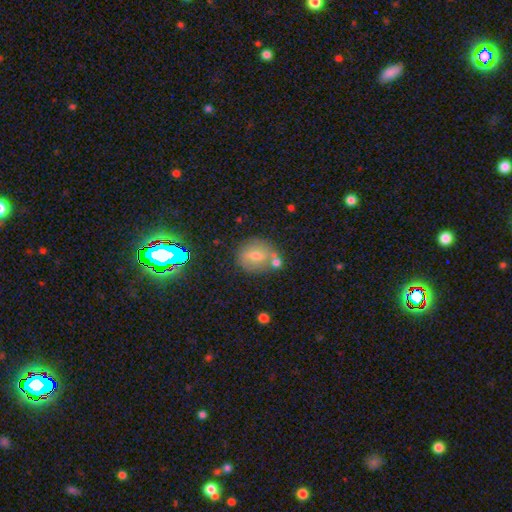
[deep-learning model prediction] Overall: smooth (58%; featured or disk 22%). How rounded: round (68%; in between 31%). Merging: none (63%).